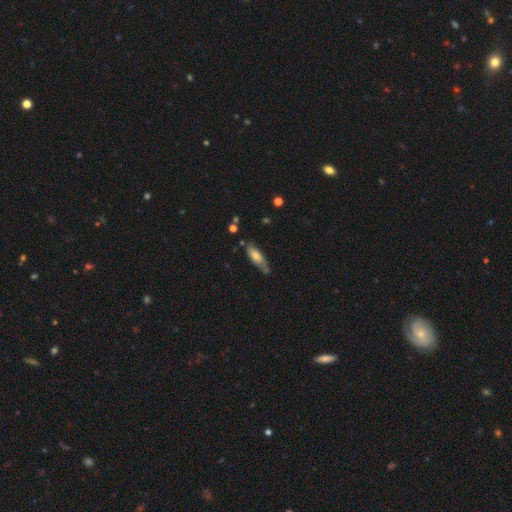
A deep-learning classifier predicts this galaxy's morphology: Smooth or featured: smooth — 64% (featured or disk — 29%)
How rounded: in between — 50% (cigar-shaped — 48%)
Merging: none — 57% (minor disturbance — 28%)